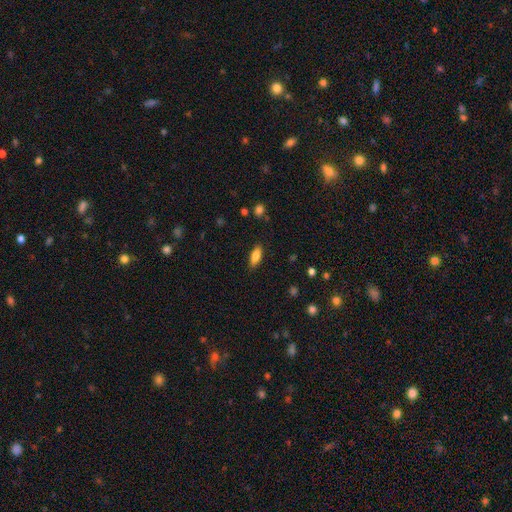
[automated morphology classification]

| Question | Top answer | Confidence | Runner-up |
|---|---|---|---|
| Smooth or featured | smooth | 83% | featured or disk (10%) |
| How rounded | in between | 77% | cigar-shaped (20%) |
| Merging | none | 85% | minor disturbance (11%) |